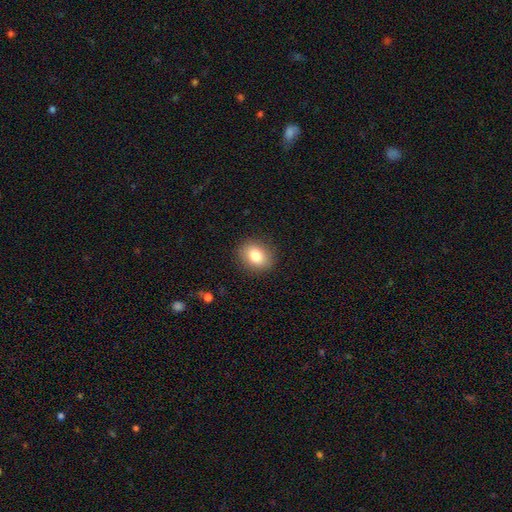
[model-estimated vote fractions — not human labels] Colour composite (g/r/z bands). It shows a smooth galaxy with no disk features (83%) that is in between round and cigar-shaped (53%). Merging: none (88%).